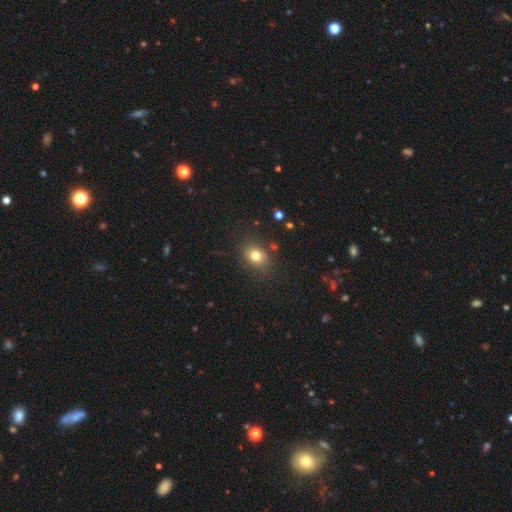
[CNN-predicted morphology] The model was most divided on "how rounded": round: 55%, in between: 44%, cigar-shaped: 1%. More confident: merging — none (82%); smooth or featured — smooth (77%).